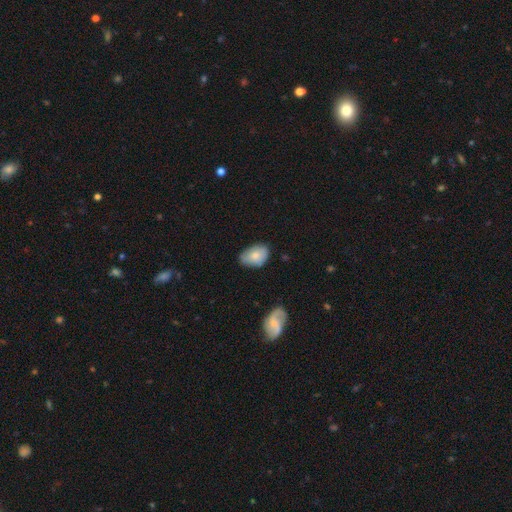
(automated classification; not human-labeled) Morphology: type=smooth (75%); roundness=in between (85%); merging=none (65%).